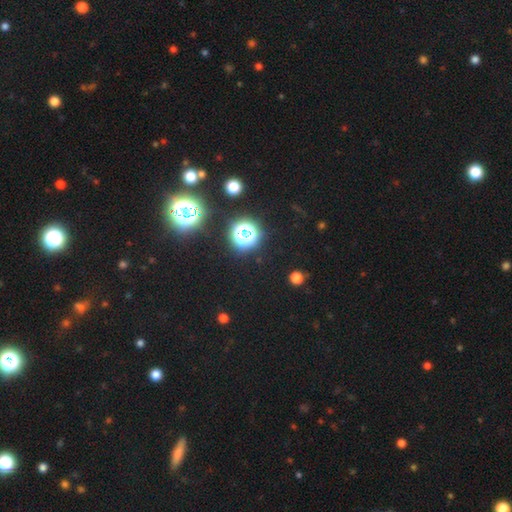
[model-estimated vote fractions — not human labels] Q: Smooth or featured?
A: star or artifact (74%); runner-up: smooth (19%)